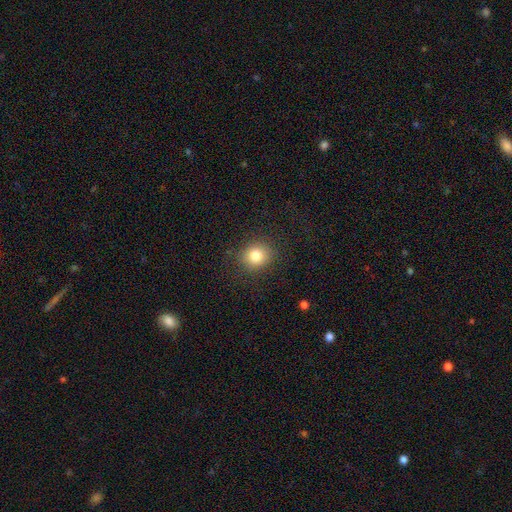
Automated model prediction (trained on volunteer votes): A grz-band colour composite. It shows a smooth galaxy with no disk features (81%) that is round (79%). Merging: none (88%).